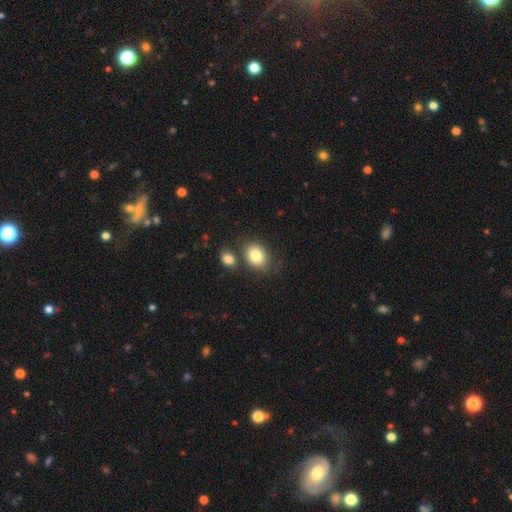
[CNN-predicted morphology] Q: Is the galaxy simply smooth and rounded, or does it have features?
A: smooth — 83%.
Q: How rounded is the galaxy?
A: in between — 60%.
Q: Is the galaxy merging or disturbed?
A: none — 67%.